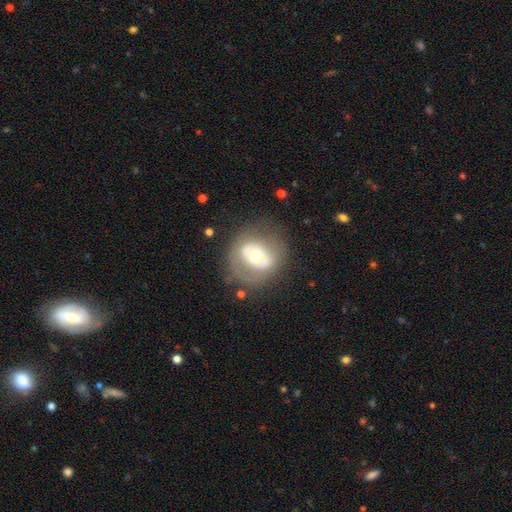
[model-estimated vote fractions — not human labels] Smooth or featured: featured or disk — 52% (smooth — 40%)
Edge-on disk: no — 94% (yes — 6%)
Merging: none — 67% (minor disturbance — 17%)